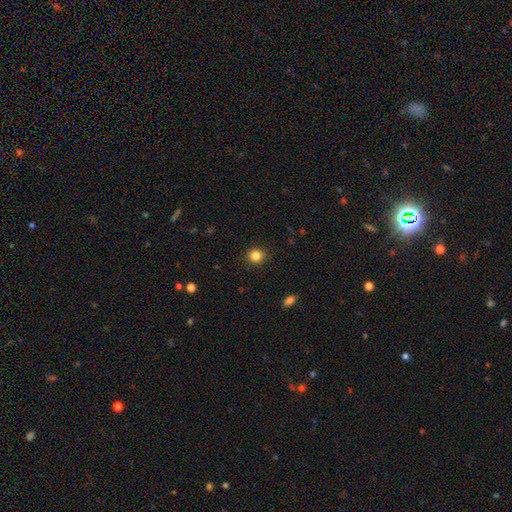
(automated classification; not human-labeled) Morphology: type=smooth (84%); roundness=round (86%); merging=none (90%).